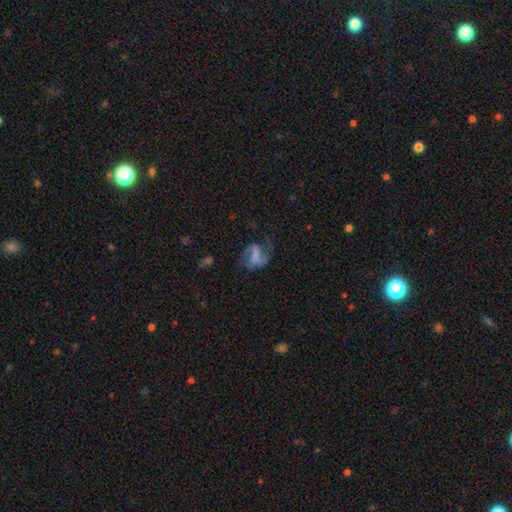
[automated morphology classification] smooth-or-featured: featured or disk: 69% | smooth: 22% | star or artifact: 10%
  disk-edge-on: no: 97% | yes: 3%
    bar: strong: 43% | weak: 37% | no: 21%
    has-spiral-arms: yes: 87% | no: 13%
      spiral-winding: medium: 44% | loose: 43% | tight: 13%
      spiral-arm-count: 2: 82% | 1: 8% | can't tell: 6% | 3: 2% | 4: 1% | more than 4: 1%
    bulge-size: none: 62% | small: 14% | moderate: 11% | large: 11% | dominant: 3%
  merging: none: 52% | major disturbance: 25% | minor disturbance: 20% | merger: 3%